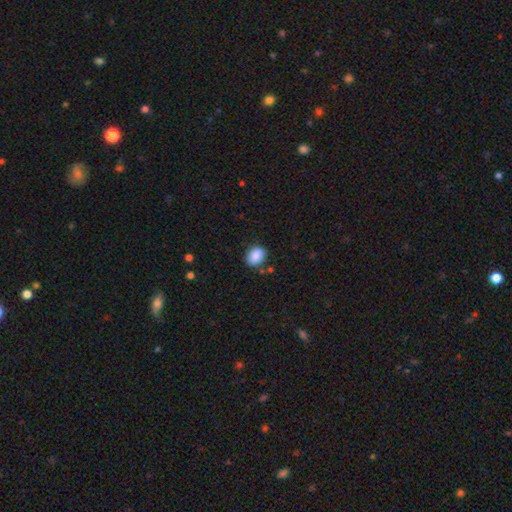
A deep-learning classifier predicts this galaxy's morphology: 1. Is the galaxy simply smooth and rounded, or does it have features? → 89% smooth, 8% star or artifact, 4% featured or disk.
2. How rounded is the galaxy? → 66% in between, 33% round, 1% cigar-shaped.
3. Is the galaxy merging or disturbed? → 82% none, 12% minor disturbance, 3% merger, 3% major disturbance.